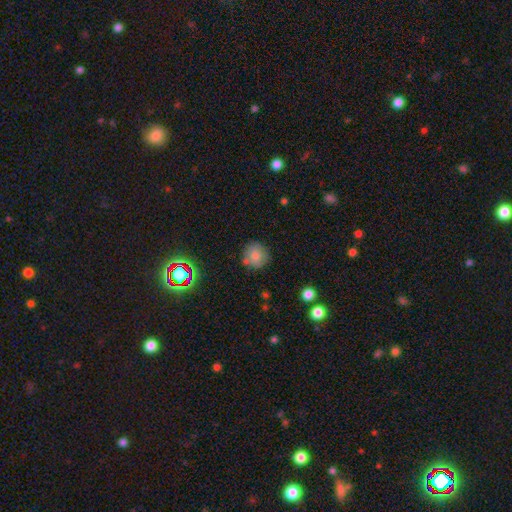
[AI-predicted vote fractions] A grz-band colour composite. It shows a smooth galaxy with no disk features (76%) that is round (90%). Merging: none (76%).